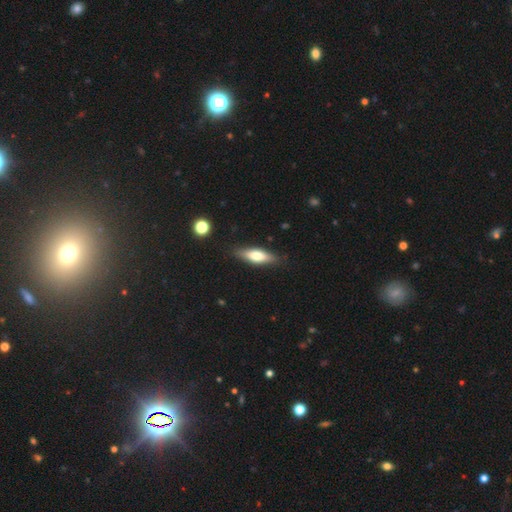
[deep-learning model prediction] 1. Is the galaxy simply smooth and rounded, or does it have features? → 60% smooth, 34% featured or disk, 6% star or artifact.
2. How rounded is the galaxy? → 49% in between, 48% cigar-shaped, 2% round.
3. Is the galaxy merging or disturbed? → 85% none, 11% minor disturbance, 2% major disturbance, 2% merger.